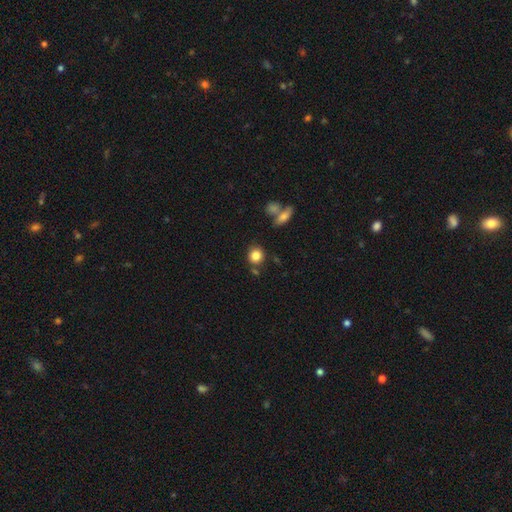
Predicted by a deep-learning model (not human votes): smooth-or-featured: smooth: 84% | star or artifact: 10% | featured or disk: 6%
  how-rounded: round: 84% | in between: 15% | cigar-shaped: 1%
  merging: none: 75% | minor disturbance: 12% | merger: 10% | major disturbance: 3%